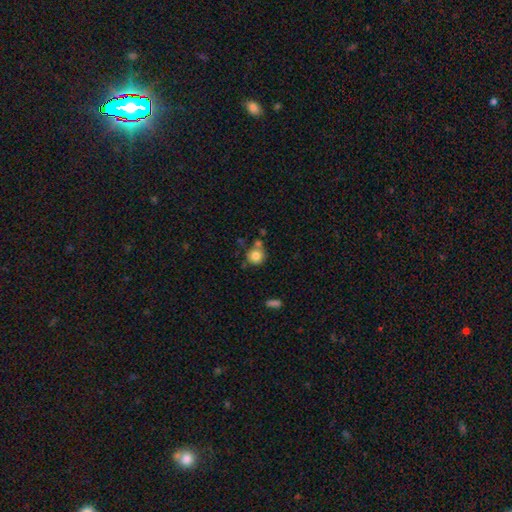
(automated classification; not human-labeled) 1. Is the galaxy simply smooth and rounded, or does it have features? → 80% smooth, 10% star or artifact, 10% featured or disk.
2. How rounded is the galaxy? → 89% round, 10% in between, 1% cigar-shaped.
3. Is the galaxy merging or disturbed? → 61% none, 20% merger, 14% minor disturbance, 5% major disturbance.